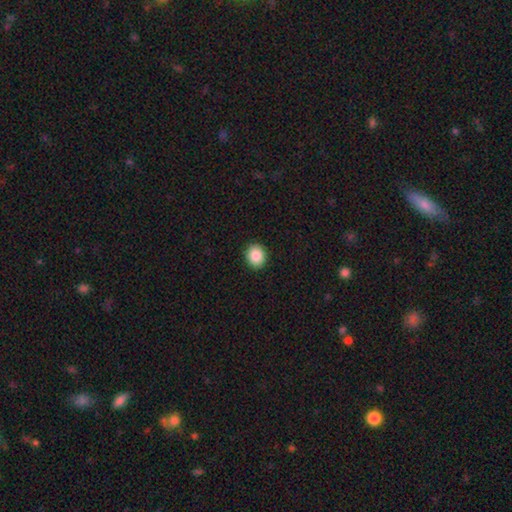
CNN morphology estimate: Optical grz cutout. It shows a smooth galaxy with no disk features (87%) that is round (76%). Merging: none (92%).